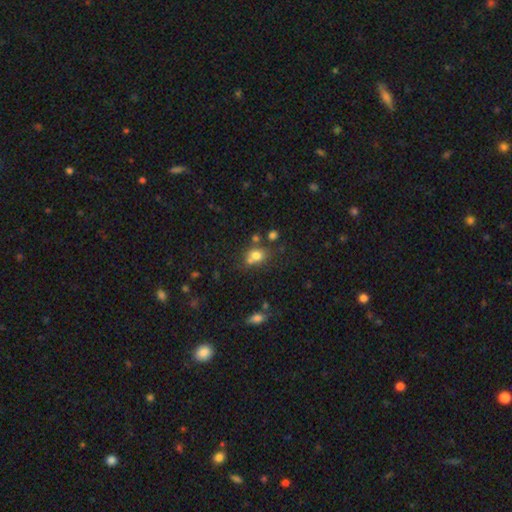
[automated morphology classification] The model was most divided on "merging": none: 48%, merger: 32%, minor disturbance: 14%, major disturbance: 6%. More confident: smooth or featured — smooth (73%); how rounded — round (58%).